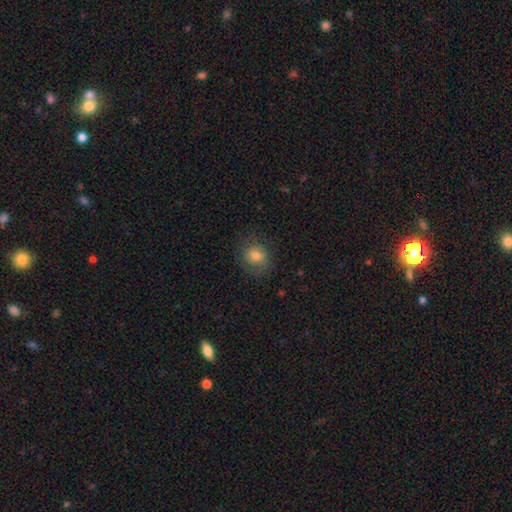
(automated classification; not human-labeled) The model was most divided on "how rounded": round: 71%, in between: 28%, cigar-shaped: 1%. More confident: smooth or featured — smooth (78%); merging — none (77%).